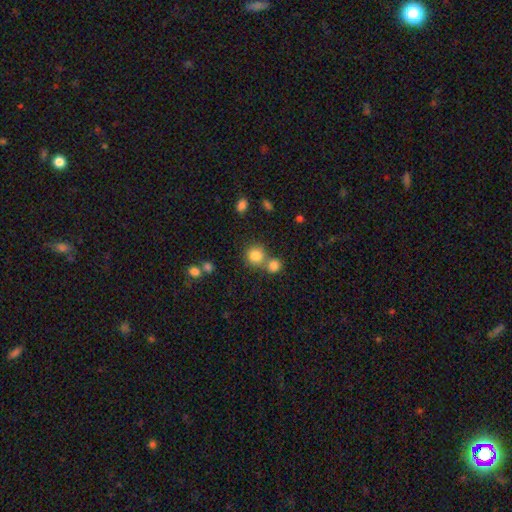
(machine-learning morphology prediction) Smooth or featured? Predicted: smooth (p=0.82). How rounded? Predicted: round (p=0.88). Merging? Predicted: none (p=0.58).